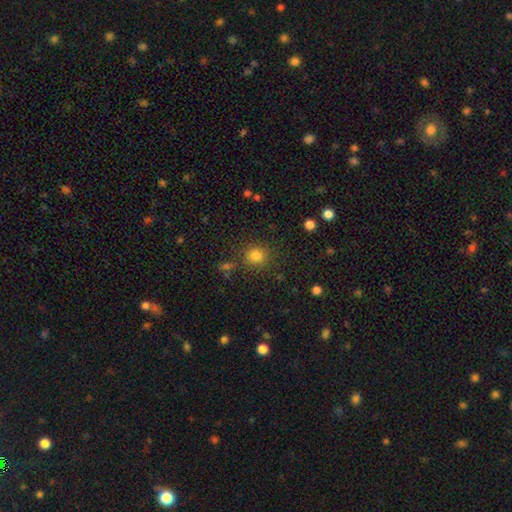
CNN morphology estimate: type=smooth (82%); roundness=round (86%); merging=none (83%).